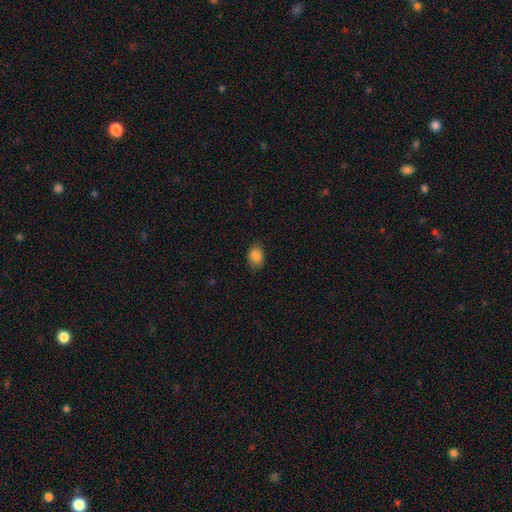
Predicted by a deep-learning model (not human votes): A smooth galaxy with no disk features (86%) that is in between round and cigar-shaped (75%). Merging: none (80%).